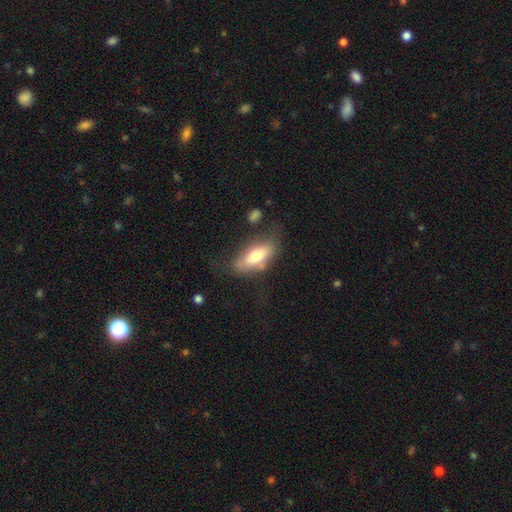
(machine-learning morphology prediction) A smooth galaxy with no disk features (61%) that is in between round and cigar-shaped (75%). Merging: none (55%).